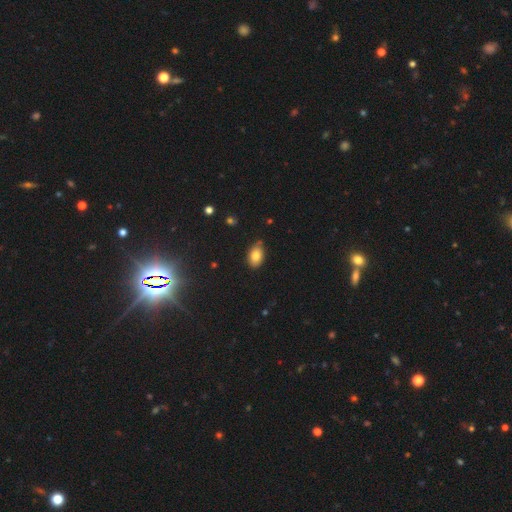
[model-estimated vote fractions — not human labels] Morphology: type=smooth (81%); roundness=in between (90%); merging=none (75%).